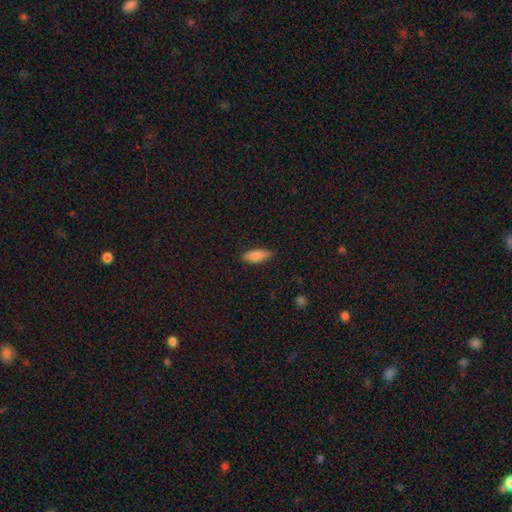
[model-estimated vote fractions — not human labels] Overall: smooth (83%). How rounded: in between (70%). Merging: none (85%).